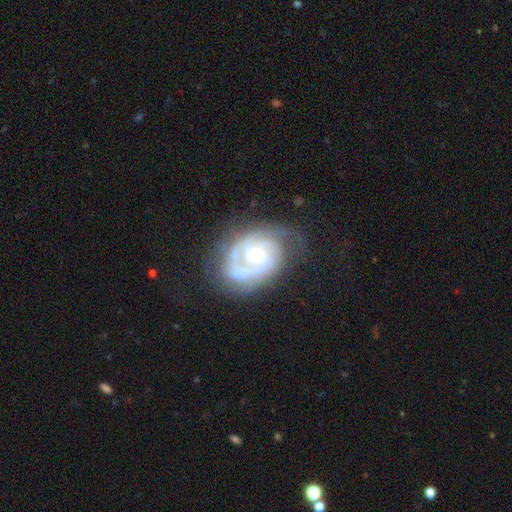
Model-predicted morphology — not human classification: This is clearly a featured or disk galaxy (86%). It is clearly not viewed edge-on (97%). Bar: possibly no (59%). Spiral arm pattern: clearly yes (93%). Spiral arm count: marginally 2 (39%). Spiral winding: possibly tight (59%). Central bulge: likely moderate (62%). Merging: likely none (61%).